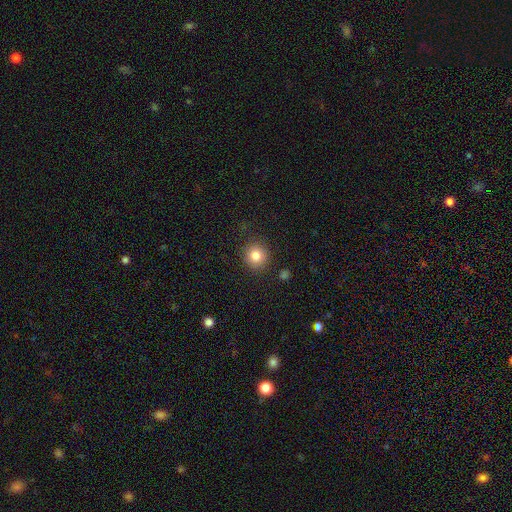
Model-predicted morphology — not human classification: The model was most divided on "smooth or featured": smooth: 82%, star or artifact: 11%, featured or disk: 7%. More confident: how rounded — round (92%); merging — none (88%).